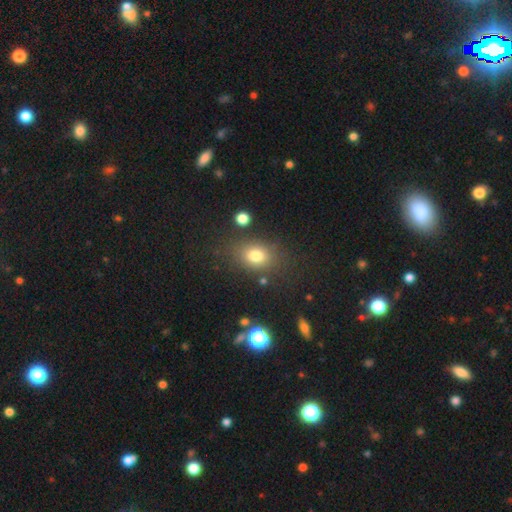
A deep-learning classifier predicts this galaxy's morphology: type=smooth (77%); roundness=in between (59%); merging=none (76%).